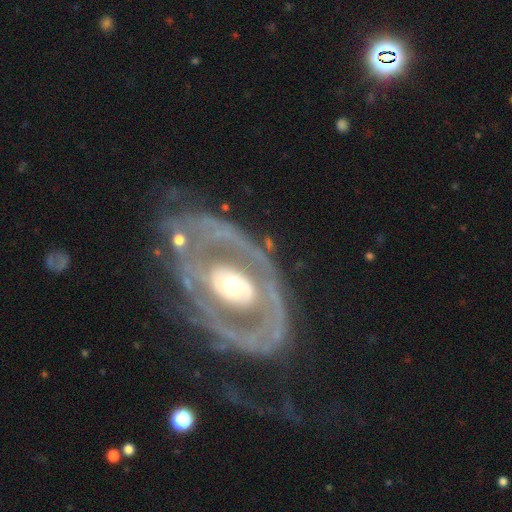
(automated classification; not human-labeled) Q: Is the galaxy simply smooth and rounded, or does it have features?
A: featured or disk — 81%.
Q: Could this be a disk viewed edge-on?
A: no — 94%.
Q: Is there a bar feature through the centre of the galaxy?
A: no — 67%.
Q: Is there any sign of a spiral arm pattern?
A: yes — 63%.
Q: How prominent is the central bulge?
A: moderate — 68%.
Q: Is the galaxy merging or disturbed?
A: none — 63%.